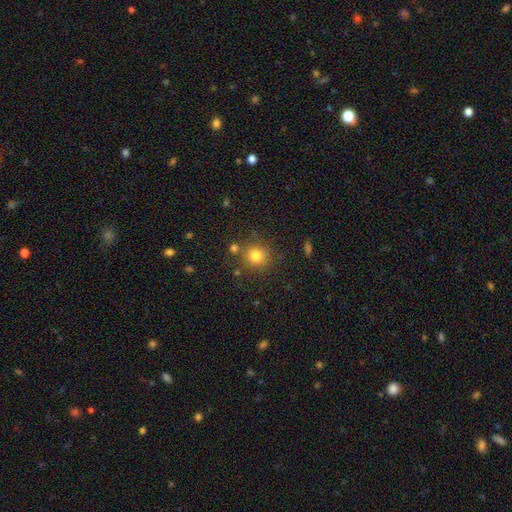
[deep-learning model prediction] Overall: smooth (80%). How rounded: round (89%). Merging: none (81%).